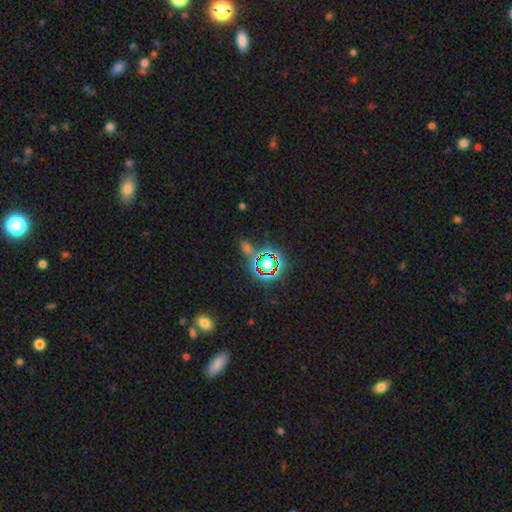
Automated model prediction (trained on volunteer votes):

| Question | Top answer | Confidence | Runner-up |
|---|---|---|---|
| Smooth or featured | star or artifact | 71% | smooth (19%) |